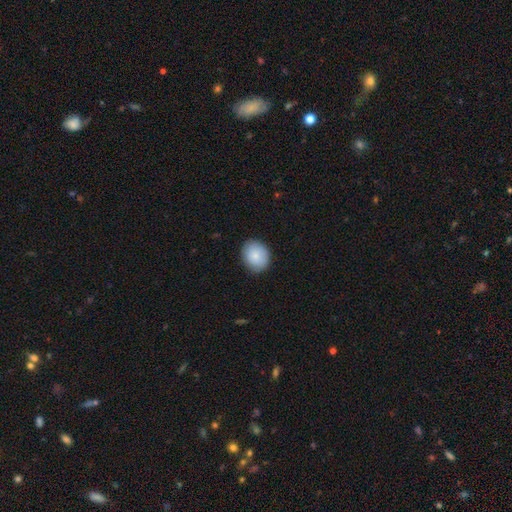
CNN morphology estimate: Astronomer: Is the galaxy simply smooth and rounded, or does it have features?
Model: smooth — 86%.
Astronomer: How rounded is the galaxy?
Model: round — 56% (runner-up: in between, 43%).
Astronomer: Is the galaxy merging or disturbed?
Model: none — 85%.